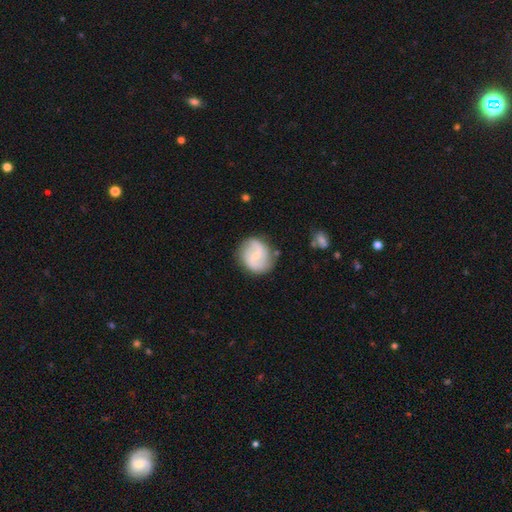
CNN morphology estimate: smooth_or_featured: featured or disk (p=0.69) [alt: smooth p=0.25]
disk_edge_on: no (p=0.98) [alt: yes p=0.02]
bar: weak (p=0.52) [alt: no p=0.35]
has_spiral_arms: yes (p=0.90) [alt: no p=0.10]
spiral_winding: medium (p=0.47) [alt: loose p=0.27]
spiral_arm_count: 2 (p=0.85) [alt: can't tell p=0.08]
bulge_size: small (p=0.57) [alt: moderate p=0.37]
merging: none (p=0.77) [alt: minor disturbance p=0.16]